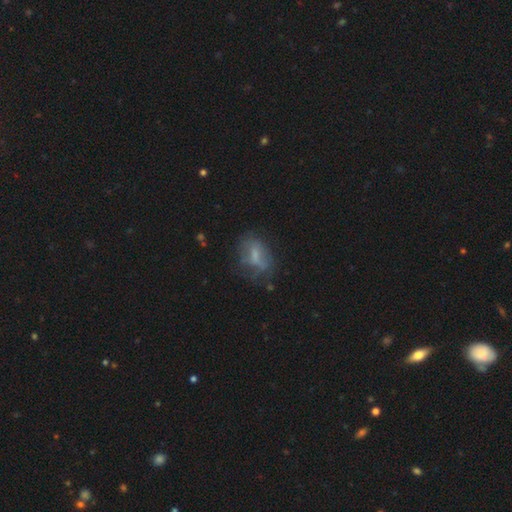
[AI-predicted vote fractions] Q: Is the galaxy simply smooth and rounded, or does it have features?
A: smooth — 53%.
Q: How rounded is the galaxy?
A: in between — 78%.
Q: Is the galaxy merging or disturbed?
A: none — 51%.